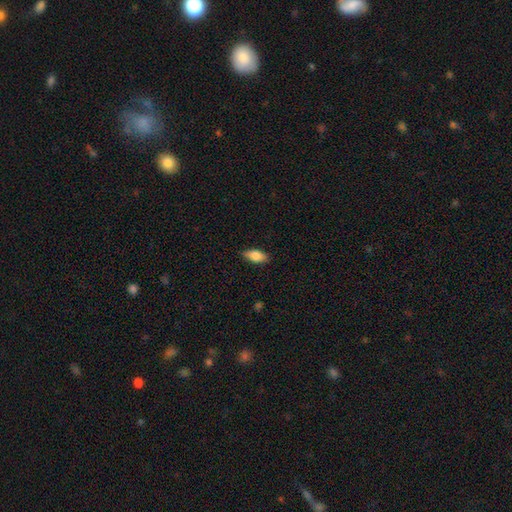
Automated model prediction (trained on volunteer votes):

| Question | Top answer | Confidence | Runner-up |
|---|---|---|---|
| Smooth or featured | smooth | 79% | featured or disk (14%) |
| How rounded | in between | 84% | cigar-shaped (12%) |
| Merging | none | 85% | minor disturbance (11%) |